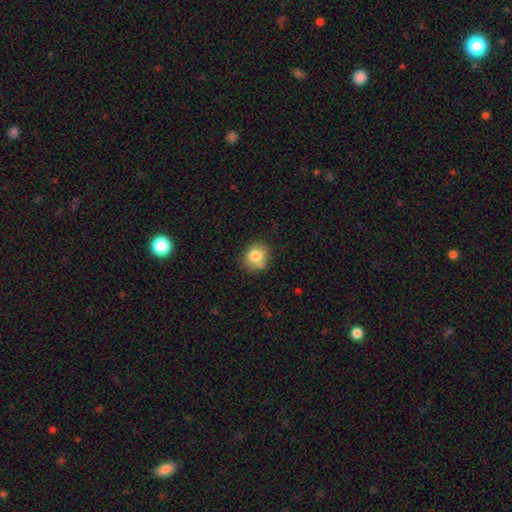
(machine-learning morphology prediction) This appears to be a smooth galaxy with no disk features (80%) that is round (76%). Merging: none (73%).